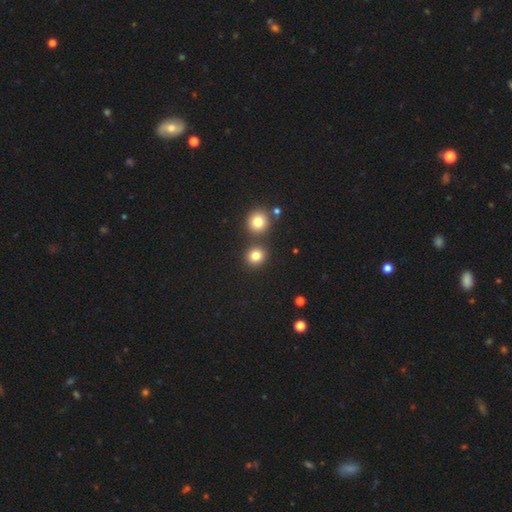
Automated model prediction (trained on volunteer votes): smooth-or-featured: smooth: 81% | star or artifact: 14% | featured or disk: 6%
  how-rounded: round: 86% | in between: 13% | cigar-shaped: 1%
  merging: none: 80% | merger: 11% | minor disturbance: 7% | major disturbance: 3%